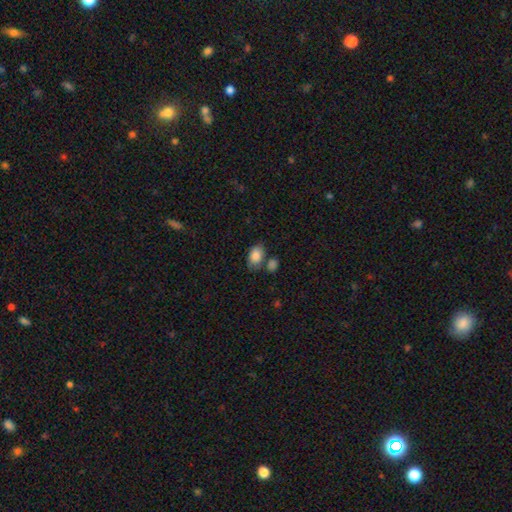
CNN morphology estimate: Overall: smooth (85%). How rounded: in between (87%). Merging: none (59%).